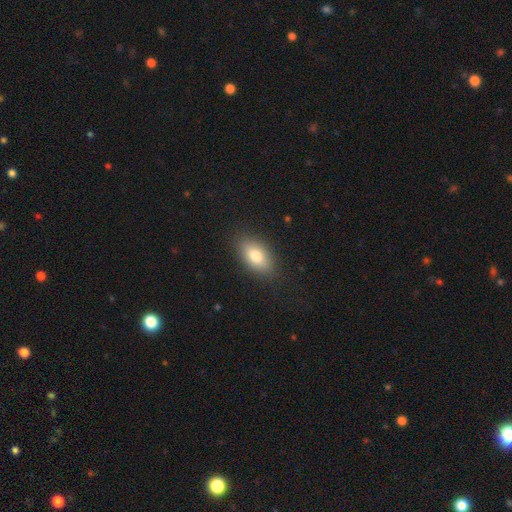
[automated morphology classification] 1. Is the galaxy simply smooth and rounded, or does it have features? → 76% smooth, 16% featured or disk, 8% star or artifact.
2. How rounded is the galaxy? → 89% in between, 6% round, 6% cigar-shaped.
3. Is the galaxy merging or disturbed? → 85% none, 11% minor disturbance, 3% major disturbance, 1% merger.